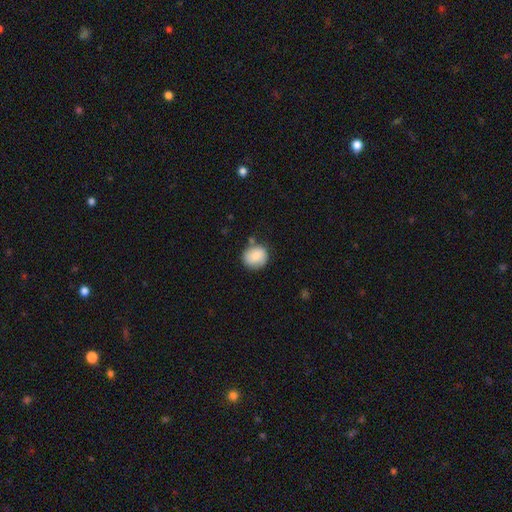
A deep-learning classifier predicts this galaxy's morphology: Overall: smooth (81%). How rounded: round (82%). Merging: none (75%).